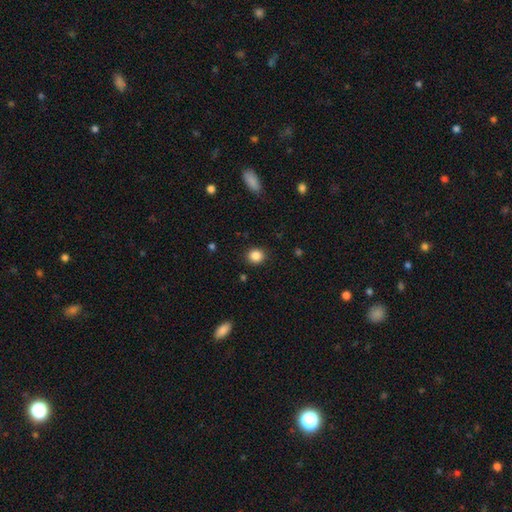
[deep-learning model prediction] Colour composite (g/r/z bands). It shows a smooth galaxy with no disk features (86%) that is round (83%). Merging: none (90%).